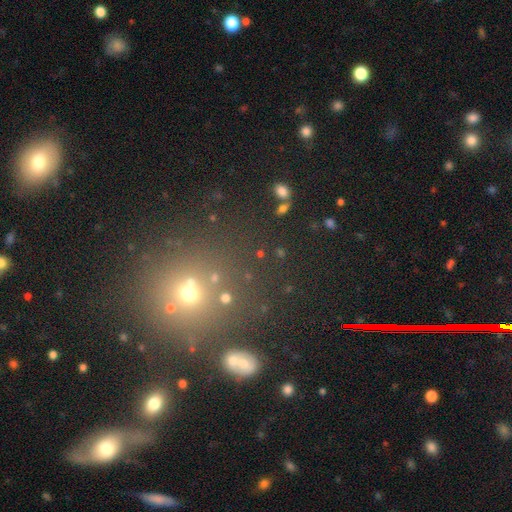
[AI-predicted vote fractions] Smooth or featured: star or artifact — 51% (smooth — 37%)